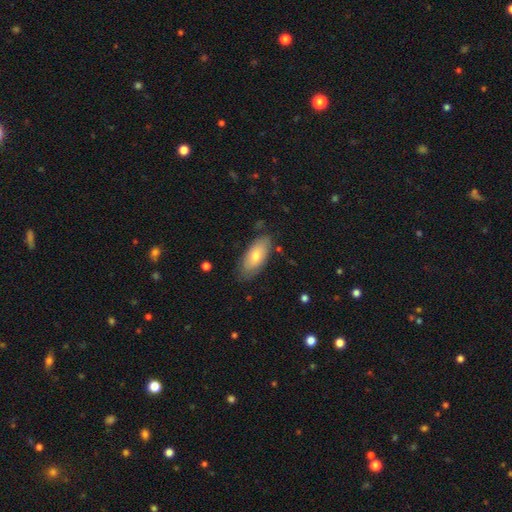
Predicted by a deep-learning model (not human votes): smooth 69%, featured or disk 25%, star or artifact 6%. Down the decision tree: how rounded — in between (88%); merging — none (76%).